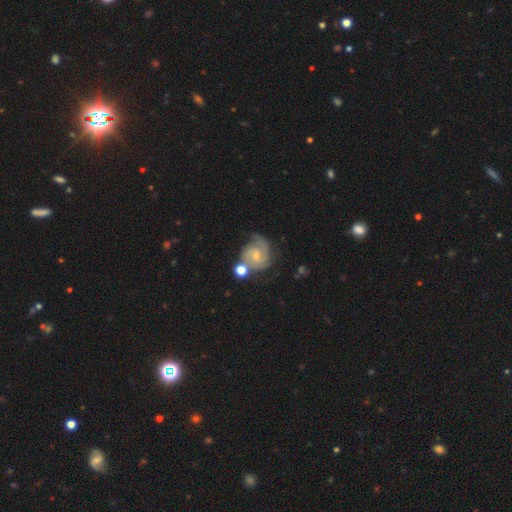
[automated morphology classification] This appears to be a featured or disk galaxy (83%) with no bar (63%), 2 (43%) tight (55%) spiral arms (96%) and a small central bulge (55%). Merging: none (50%).